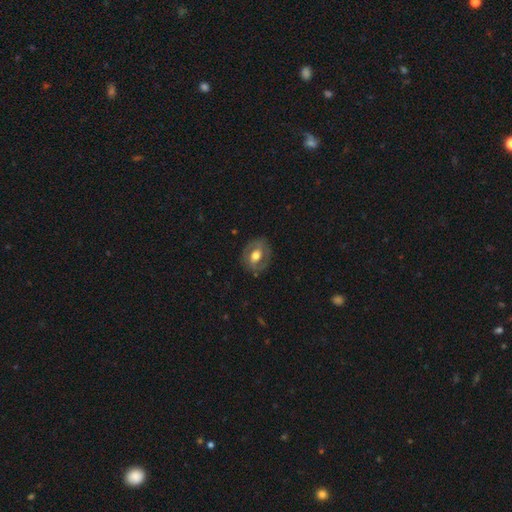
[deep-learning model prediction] smooth-or-featured: featured or disk: 52% | smooth: 42% | star or artifact: 6%
  disk-edge-on: no: 94% | yes: 6%
  merging: none: 77% | minor disturbance: 16% | major disturbance: 6% | merger: 1%